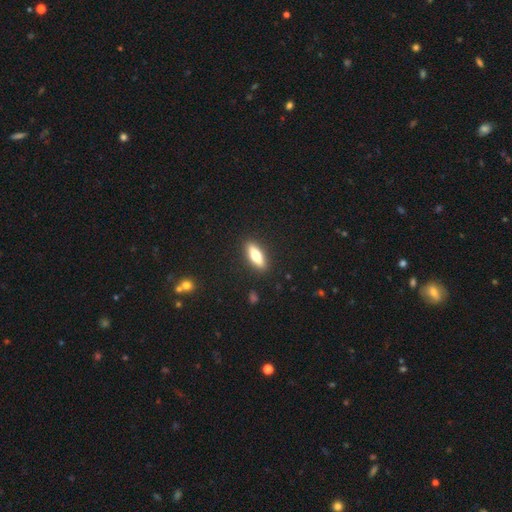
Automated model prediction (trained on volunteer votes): The model was most divided on "how rounded": in between: 50%, cigar-shaped: 48%, round: 3%. More confident: merging — none (90%); smooth or featured — smooth (62%).